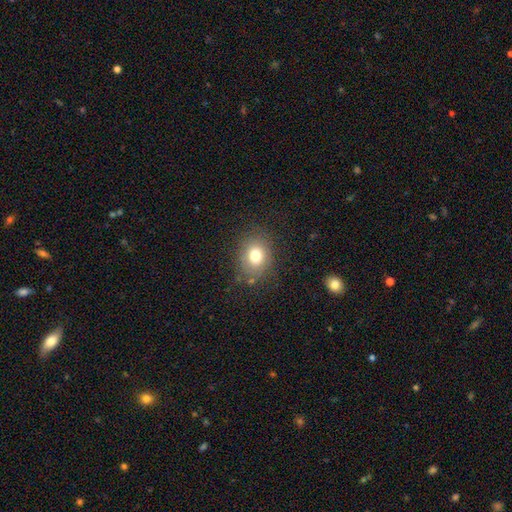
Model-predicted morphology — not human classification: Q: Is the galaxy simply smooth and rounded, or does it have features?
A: smooth — 76%.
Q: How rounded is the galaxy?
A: round — 51%.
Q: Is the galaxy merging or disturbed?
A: none — 79%.